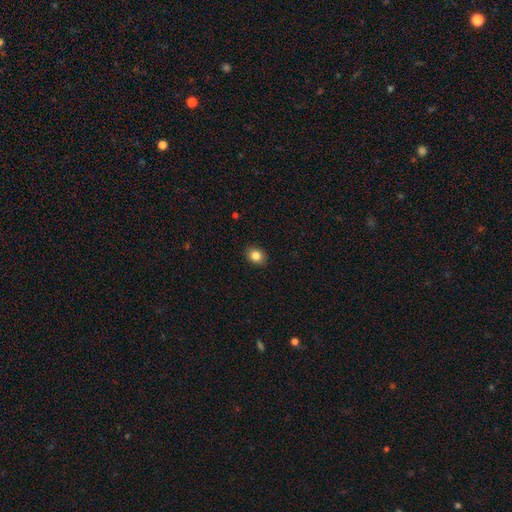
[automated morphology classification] Smooth or featured: smooth — 84% (star or artifact — 10%)
How rounded: in between — 54% (round — 45%)
Merging: none — 90% (minor disturbance — 8%)